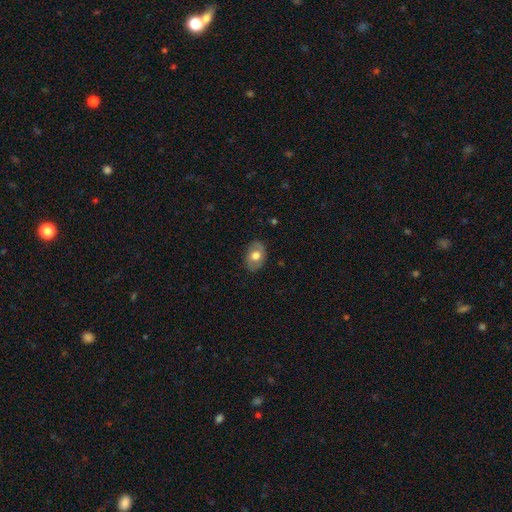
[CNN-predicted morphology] type=smooth (59%); roundness=in between (79%); merging=none (82%).